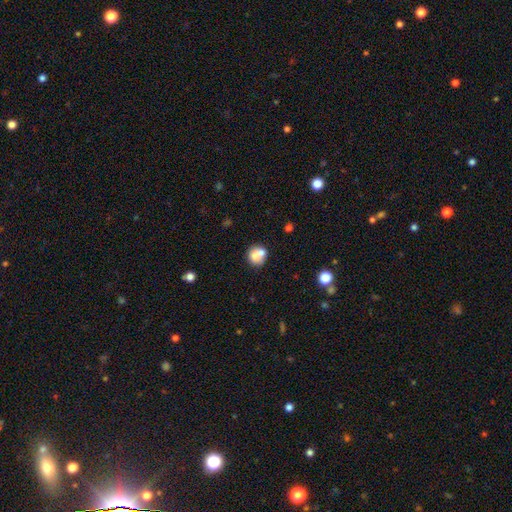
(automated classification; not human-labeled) Morphology: type=smooth (72%); roundness=round (78%); merging=none (44%).